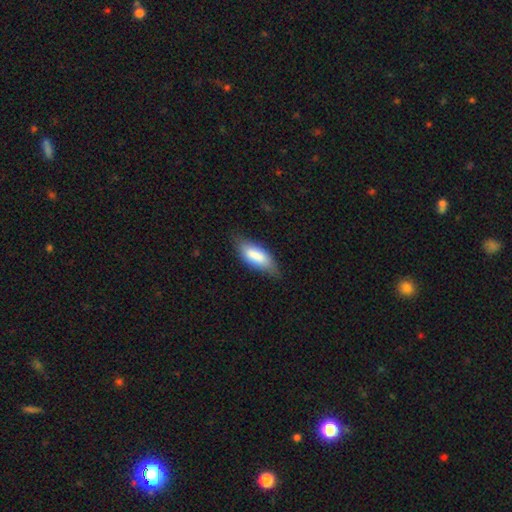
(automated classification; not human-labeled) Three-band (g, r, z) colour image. It shows a smooth galaxy with no disk features (82%) that is in between round and cigar-shaped (78%). Merging: none (68%).